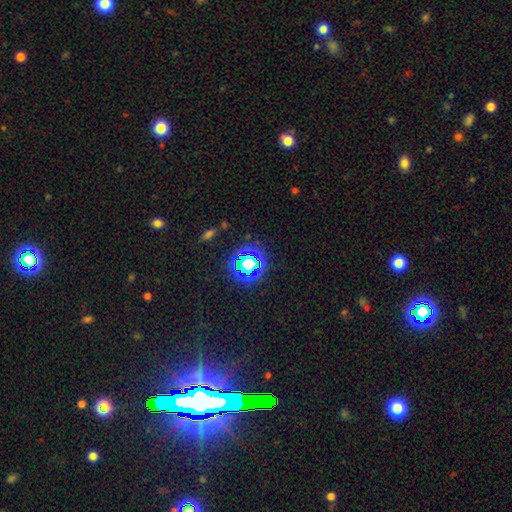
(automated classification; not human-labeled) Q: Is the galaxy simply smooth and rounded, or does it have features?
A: star or artifact — 76%.